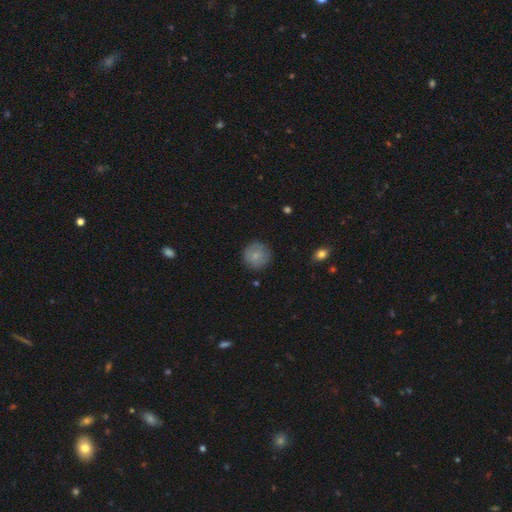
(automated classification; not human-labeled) Smooth or featured? smooth (78%)
How rounded? round (93%)
Merging? none (82%)